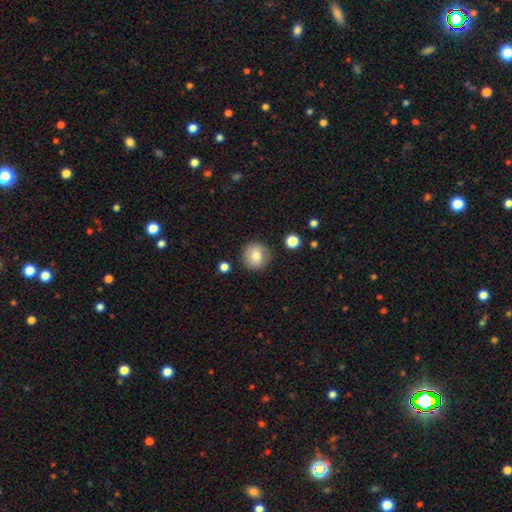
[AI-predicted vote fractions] The model was most divided on "smooth or featured": smooth: 80%, featured or disk: 11%, star or artifact: 9%. More confident: how rounded — round (90%); merging — none (86%).